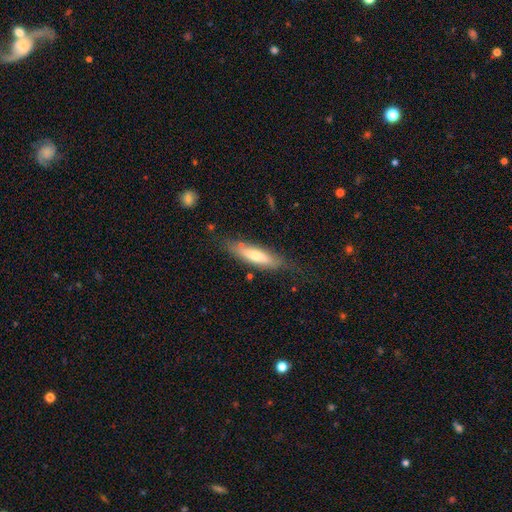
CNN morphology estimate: smooth_or_featured: smooth (p=0.63) [alt: featured or disk p=0.31]
how_rounded: cigar-shaped (p=0.67) [alt: in between p=0.31]
merging: none (p=0.71) [alt: minor disturbance p=0.20]